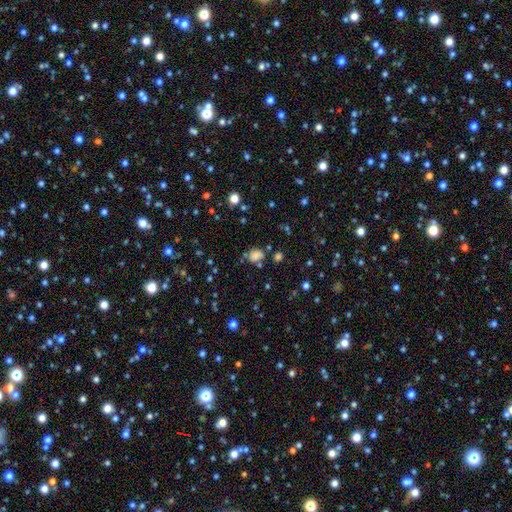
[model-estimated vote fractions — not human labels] A smooth galaxy with no disk features (69%) that is round (52%). Merging: none (61%).